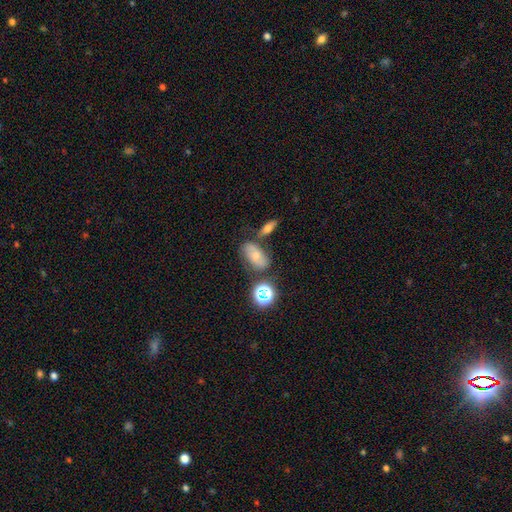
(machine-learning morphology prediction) Q: Smooth or featured?
A: smooth (54%); runner-up: featured or disk (30%)
Q: How rounded?
A: in between (84%); runner-up: round (12%)
Q: Merging?
A: none (57%); runner-up: minor disturbance (19%)